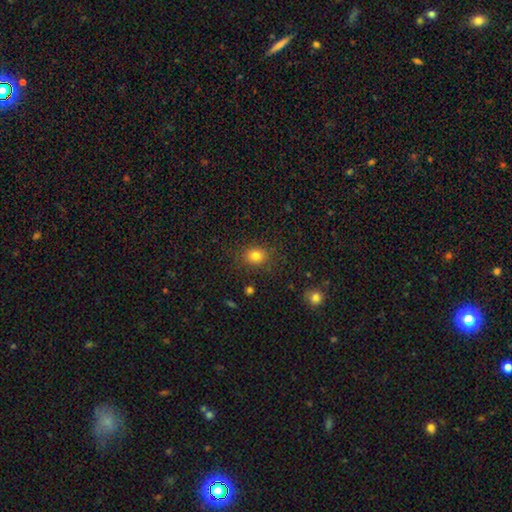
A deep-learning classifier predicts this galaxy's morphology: This is clearly a smooth galaxy (81%). How rounded: possibly round (54%). Merging: clearly none (84%).